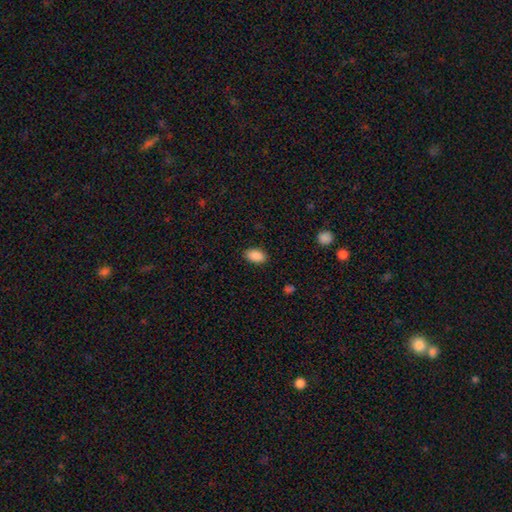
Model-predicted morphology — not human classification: A smooth galaxy with no disk features (89%) that is in between round and cigar-shaped (94%). Merging: none (88%).